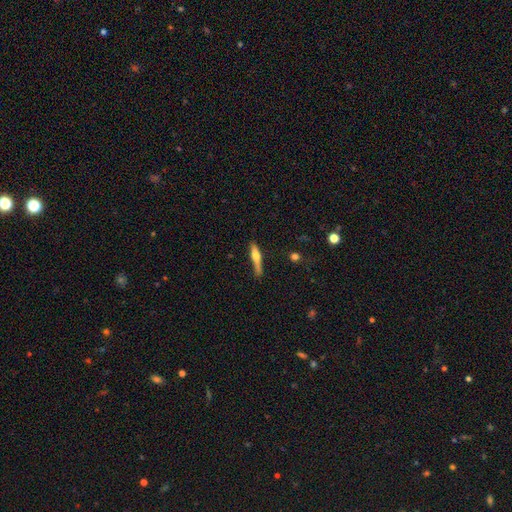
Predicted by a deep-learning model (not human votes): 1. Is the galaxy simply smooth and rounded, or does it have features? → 48% smooth, 46% featured or disk, 6% star or artifact.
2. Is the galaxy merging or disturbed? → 70% none, 21% minor disturbance, 5% major disturbance, 3% merger.